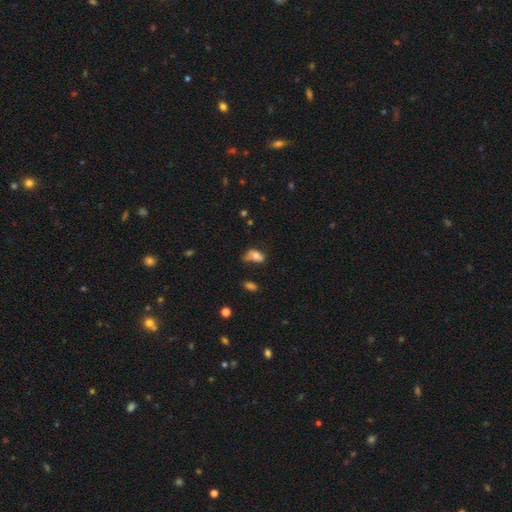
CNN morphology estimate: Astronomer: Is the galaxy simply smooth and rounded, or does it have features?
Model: smooth — 66%.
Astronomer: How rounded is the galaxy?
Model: in between — 84%.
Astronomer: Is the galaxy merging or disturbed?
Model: minor disturbance — 32% (runner-up: none, 28%).